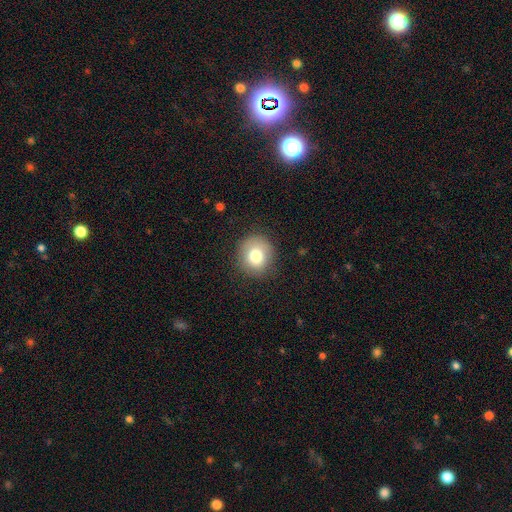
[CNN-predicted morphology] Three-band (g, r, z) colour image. It shows a smooth galaxy with no disk features (78%) that is round (87%). Merging: none (85%).